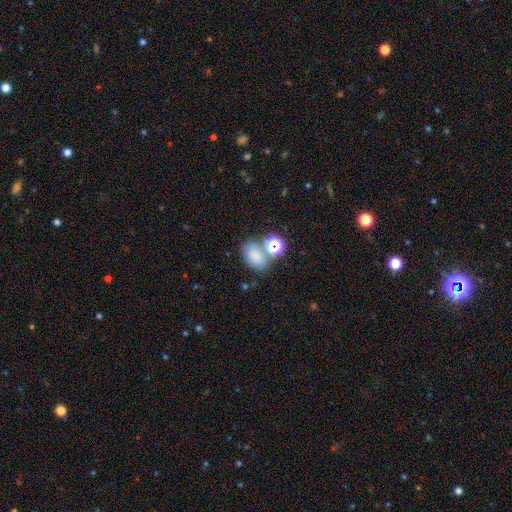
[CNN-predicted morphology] A smooth galaxy with no disk features (74%) that is in between round and cigar-shaped (75%).

Vote fractions:
- Smooth or featured? smooth: 74% / star or artifact: 16% / featured or disk: 10%
- How rounded? in between: 75% / round: 23% / cigar-shaped: 1%
- Merging? none: 56% / merger: 24% / minor disturbance: 14% / major disturbance: 6%